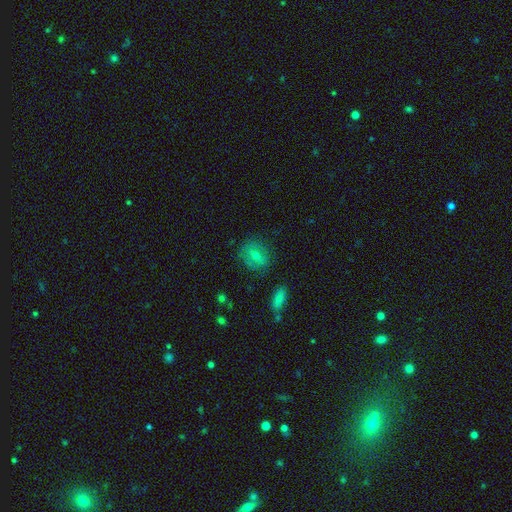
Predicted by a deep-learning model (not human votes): Morphology: type=smooth (58%); roundness=round (68%); merging=none (79%).